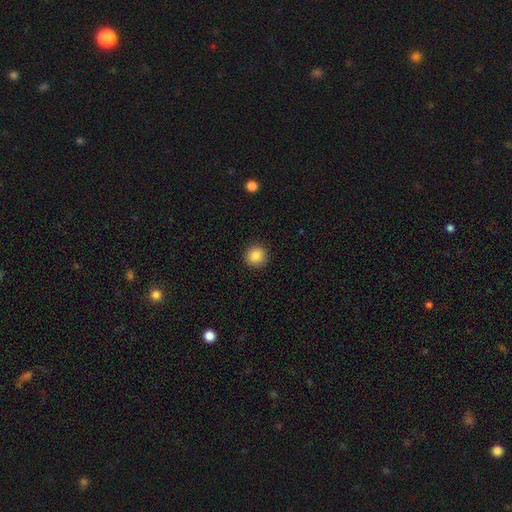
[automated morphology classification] smooth_or_featured: smooth (p=0.87) [alt: star or artifact p=0.09]
how_rounded: round (p=0.94) [alt: in between p=0.05]
merging: none (p=0.92) [alt: minor disturbance p=0.05]